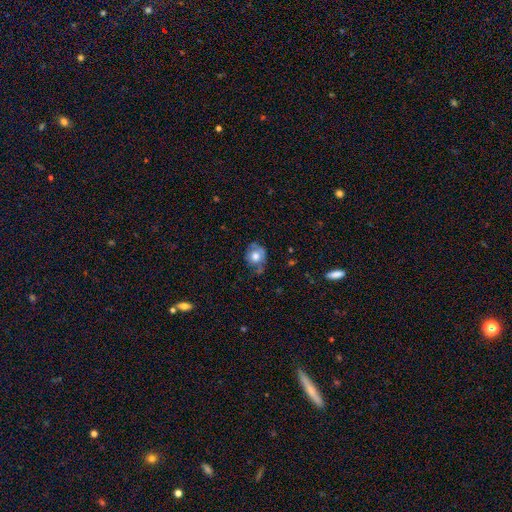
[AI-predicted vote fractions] Smooth or featured? Predicted: smooth (p=0.64). How rounded? Predicted: round (p=0.69). Merging? Predicted: none (p=0.50).